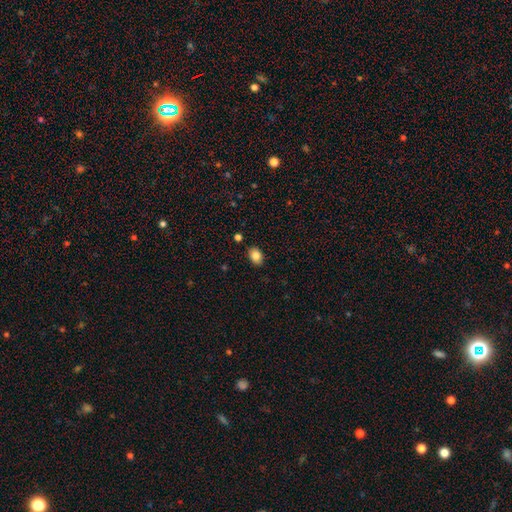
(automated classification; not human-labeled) Morphology: type=smooth (84%); roundness=in between (75%); merging=none (88%).